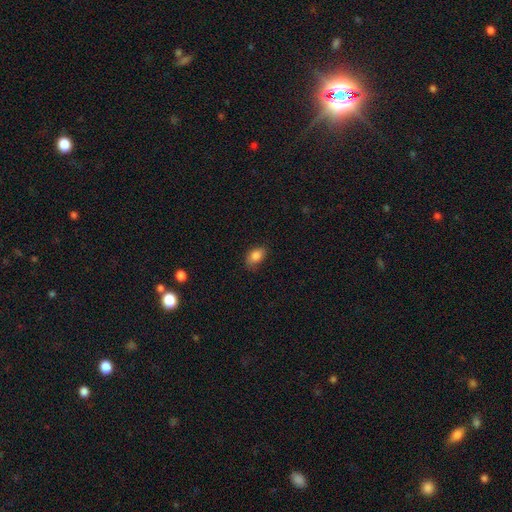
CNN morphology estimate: Smooth or featured: smooth — 85% (star or artifact — 9%)
How rounded: in between — 84% (round — 15%)
Merging: none — 71% (minor disturbance — 23%)